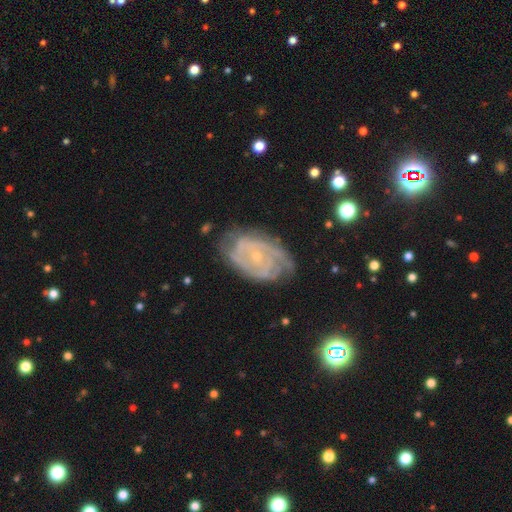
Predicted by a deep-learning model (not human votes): Q: Smooth or featured?
A: featured or disk (84%); runner-up: smooth (9%)
Q: Edge-on disk?
A: no (96%); runner-up: yes (4%)
Q: Bar?
A: no (70%); runner-up: weak (24%)
Q: Spiral arms?
A: yes (94%); runner-up: no (6%)
Q: Spiral winding?
A: tight (72%); runner-up: medium (23%)
Q: Spiral arm count?
A: can't tell (32%); runner-up: 2 (29%)
Q: Bulge size?
A: small (80%); runner-up: moderate (17%)
Q: Merging?
A: none (71%); runner-up: minor disturbance (21%)